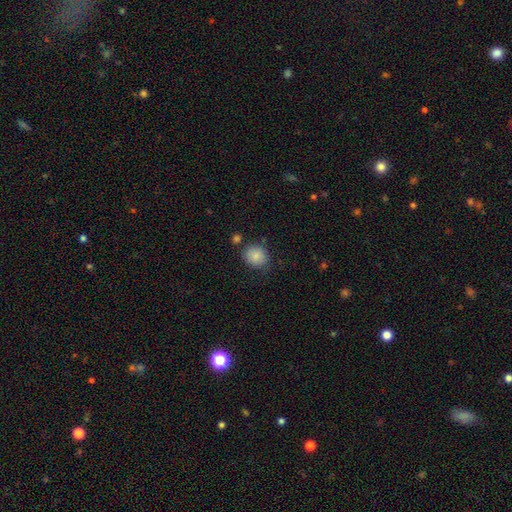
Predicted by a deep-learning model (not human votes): Smooth or featured? smooth (85%)
How rounded? round (73%)
Merging? none (76%)